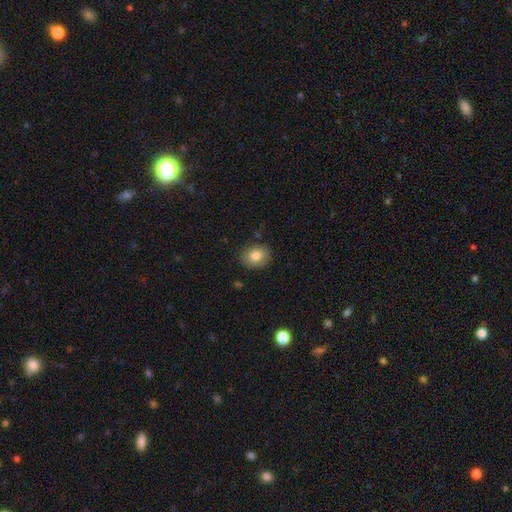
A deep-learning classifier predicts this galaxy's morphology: smooth_or_featured: smooth (p=0.82) [alt: featured or disk p=0.09]
how_rounded: round (p=0.52) [alt: in between p=0.47]
merging: none (p=0.86) [alt: minor disturbance p=0.11]